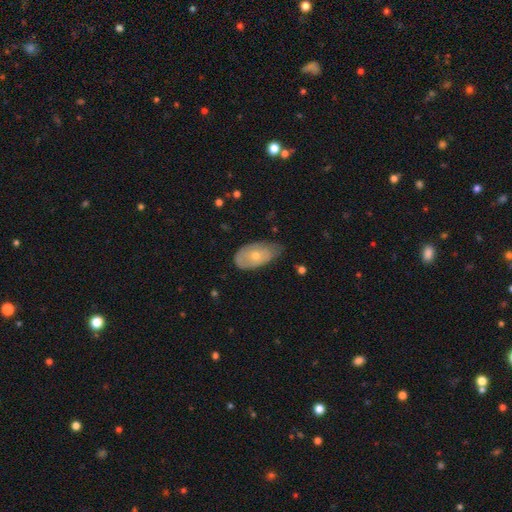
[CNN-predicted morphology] Smooth or featured: smooth — 52% (featured or disk — 41%)
How rounded: in between — 91% (round — 6%)
Merging: none — 50% (minor disturbance — 40%)